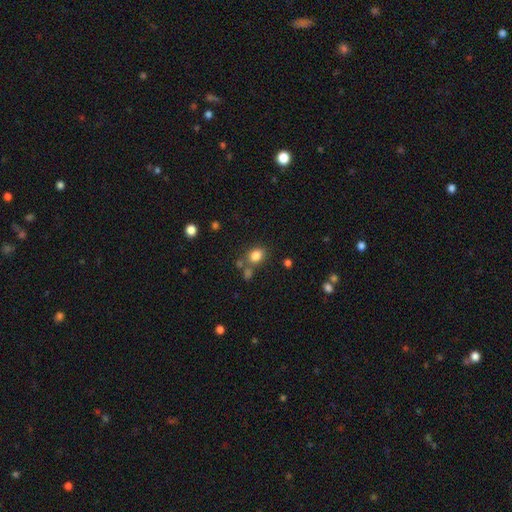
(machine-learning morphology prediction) Smooth or featured?
  - smooth: 82% *
  - star or artifact: 11%
  - featured or disk: 6%
How rounded?
  - in between: 55% *
  - round: 44%
  - cigar-shaped: 1%
Merging?
  - none: 67% *
  - merger: 15%
  - minor disturbance: 13%
  - major disturbance: 5%